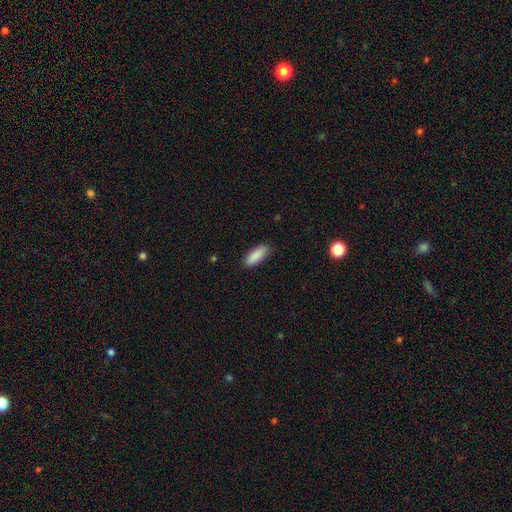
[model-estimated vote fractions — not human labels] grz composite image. It shows a smooth galaxy with no disk features (89%) that is in between round and cigar-shaped (63%). Merging: none (85%).